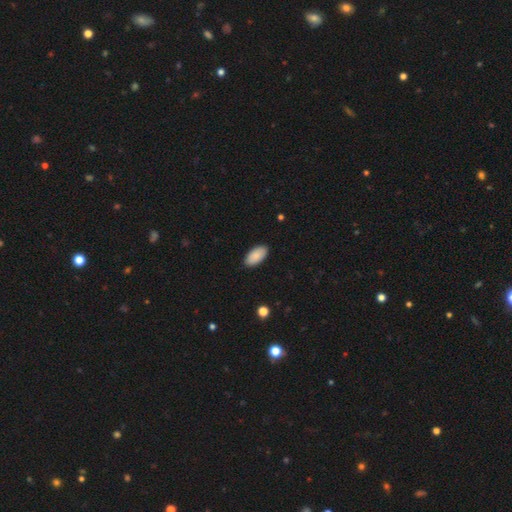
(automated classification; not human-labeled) smooth_or_featured: smooth (p=0.89) [alt: star or artifact p=0.06]
how_rounded: in between (p=0.95) [alt: cigar-shaped p=0.03]
merging: none (p=0.88) [alt: minor disturbance p=0.09]